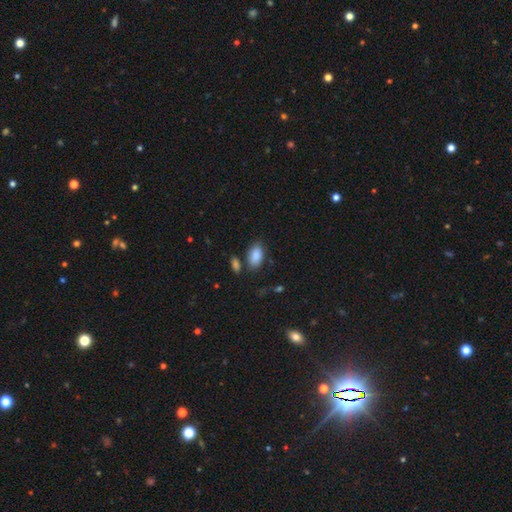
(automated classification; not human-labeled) Smooth or featured: smooth — 88% (star or artifact — 7%)
How rounded: in between — 93% (round — 5%)
Merging: none — 74% (minor disturbance — 14%)